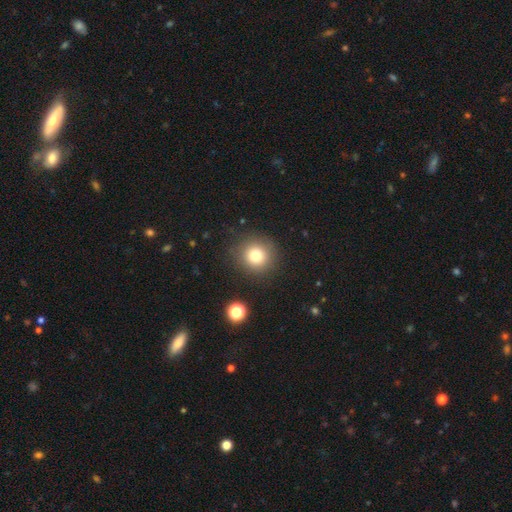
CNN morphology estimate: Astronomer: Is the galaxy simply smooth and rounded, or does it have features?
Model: smooth — 78%.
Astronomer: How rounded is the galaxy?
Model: round — 92%.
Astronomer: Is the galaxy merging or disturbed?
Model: none — 87%.